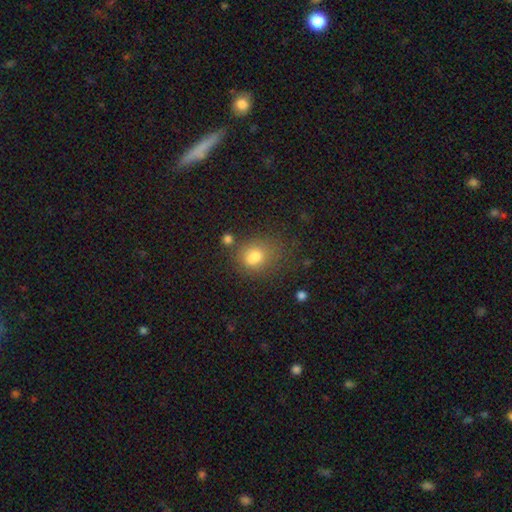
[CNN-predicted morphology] smooth-or-featured: smooth: 73% | featured or disk: 14% | star or artifact: 14%
  how-rounded: round: 53% | in between: 45% | cigar-shaped: 1%
  merging: none: 48% | merger: 21% | minor disturbance: 19% | major disturbance: 11%